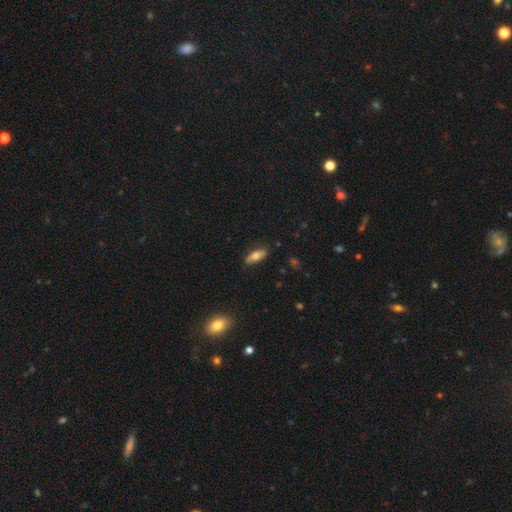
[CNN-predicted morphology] A smooth galaxy with no disk features (70%) that is in between round and cigar-shaped (71%). Merging: none (81%).